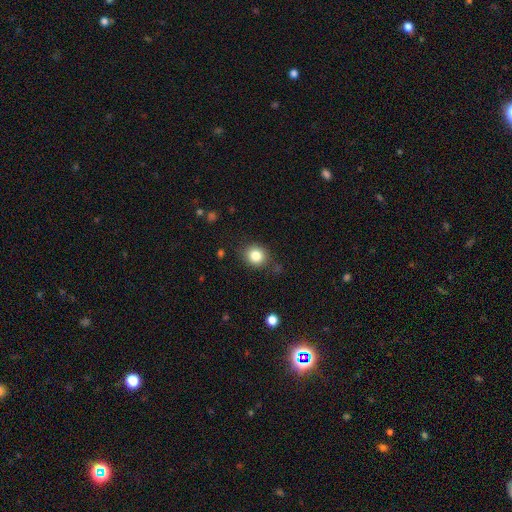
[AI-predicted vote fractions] A smooth galaxy with no disk features (83%) that is round (78%).

Vote fractions:
- Smooth or featured? smooth: 83% / star or artifact: 10% / featured or disk: 6%
- How rounded? round: 78% / in between: 21% / cigar-shaped: 1%
- Merging? none: 83% / minor disturbance: 11% / major disturbance: 3% / merger: 2%